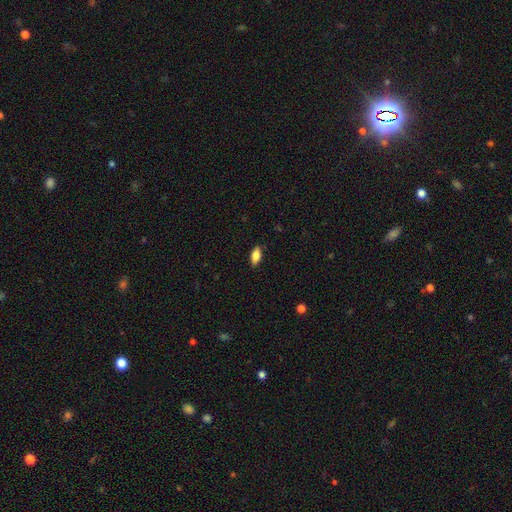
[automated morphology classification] This appears to be a smooth galaxy with no disk features (82%) that is in between round and cigar-shaped (86%). Merging: none (88%).